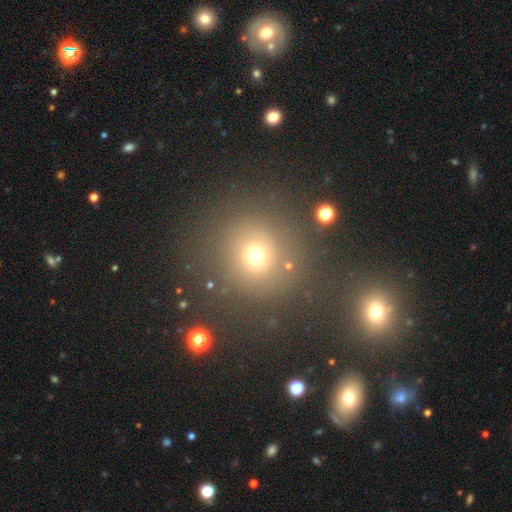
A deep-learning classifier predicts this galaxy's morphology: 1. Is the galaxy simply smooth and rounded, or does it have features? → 67% smooth, 21% star or artifact, 12% featured or disk.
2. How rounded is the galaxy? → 91% round, 8% in between, 1% cigar-shaped.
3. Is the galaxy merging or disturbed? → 79% none, 10% minor disturbance, 6% major disturbance, 5% merger.